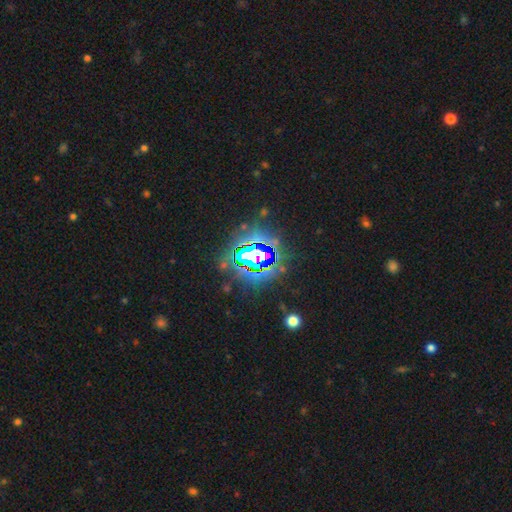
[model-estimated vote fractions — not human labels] star or artifact 78%, featured or disk 11%, smooth 11%.